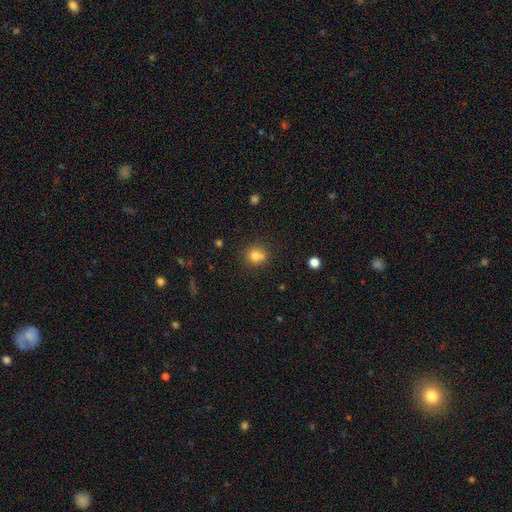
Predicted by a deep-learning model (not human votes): smooth 77%, star or artifact 13%, featured or disk 10%. Down the decision tree: how rounded — round (82%); merging — none (60%).